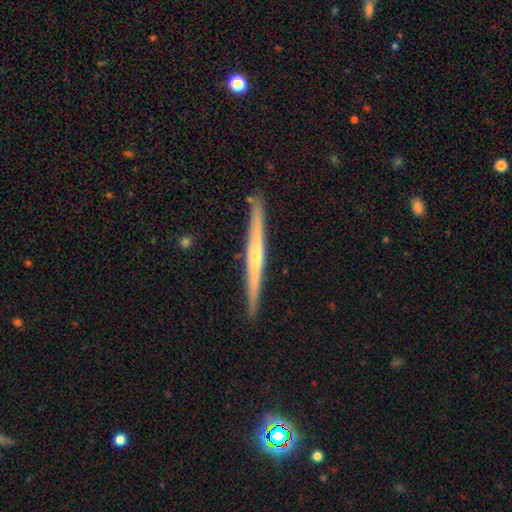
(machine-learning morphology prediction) featured or disk 74%, smooth 20%, star or artifact 6%. Down the decision tree: edge-on disk — yes (98%); edge-on bulge — rounded (59%); merging — none (91%).